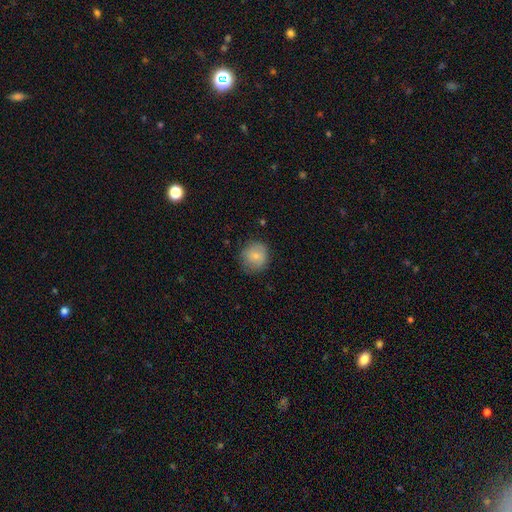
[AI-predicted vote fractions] smooth-or-featured: smooth: 79% | featured or disk: 13% | star or artifact: 8%
  how-rounded: round: 87% | in between: 13% | cigar-shaped: 1%
  merging: none: 78% | minor disturbance: 16% | major disturbance: 4% | merger: 1%